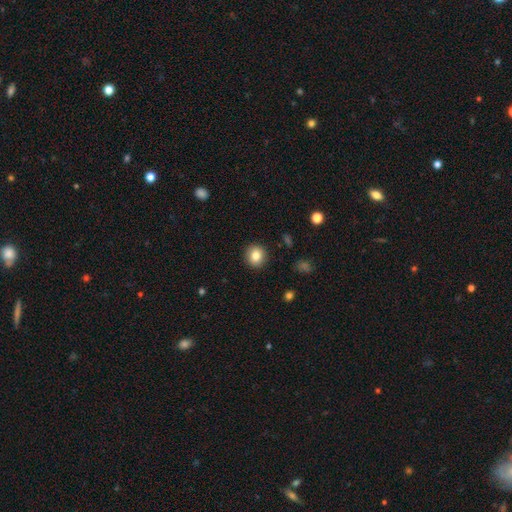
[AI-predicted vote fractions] Smooth or featured? Predicted: smooth (p=0.83). How rounded? Predicted: round (p=0.88). Merging? Predicted: none (p=0.91).